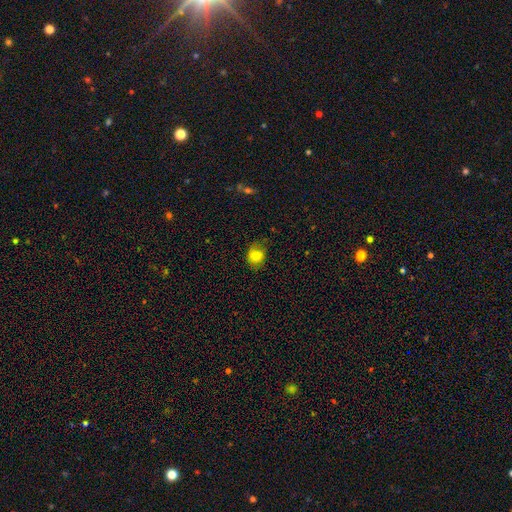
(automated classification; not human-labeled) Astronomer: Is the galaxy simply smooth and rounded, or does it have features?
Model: smooth — 76%.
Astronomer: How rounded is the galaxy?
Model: round — 54% (runner-up: in between, 45%).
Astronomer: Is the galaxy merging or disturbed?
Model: none — 61%.